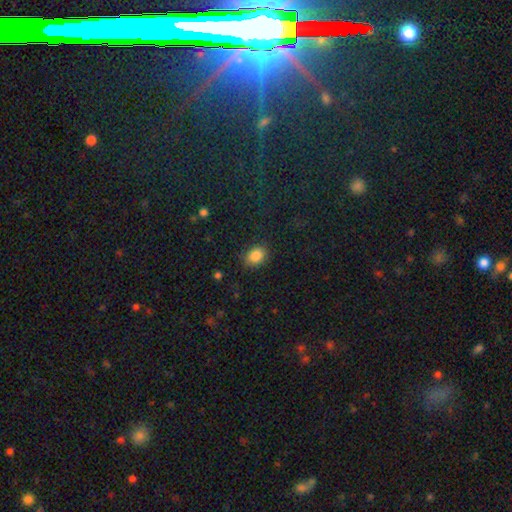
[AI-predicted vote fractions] Q: Smooth or featured?
A: smooth (85%); runner-up: star or artifact (10%)
Q: How rounded?
A: in between (61%); runner-up: round (38%)
Q: Merging?
A: none (82%); runner-up: minor disturbance (14%)